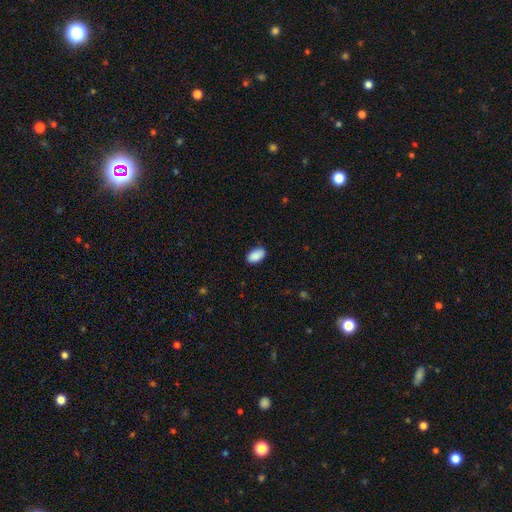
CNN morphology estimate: A smooth galaxy with no disk features (90%) that is in between round and cigar-shaped (94%).

Vote fractions:
- Smooth or featured? smooth: 90% / star or artifact: 6% / featured or disk: 4%
- How rounded? in between: 94% / round: 4% / cigar-shaped: 2%
- Merging? none: 86% / minor disturbance: 11% / major disturbance: 2% / merger: 1%